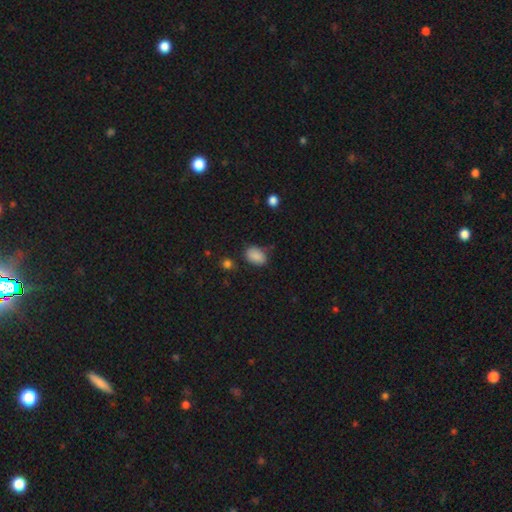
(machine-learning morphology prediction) This is clearly a smooth galaxy (87%). How rounded: clearly in between (85%). Merging: likely none (75%).